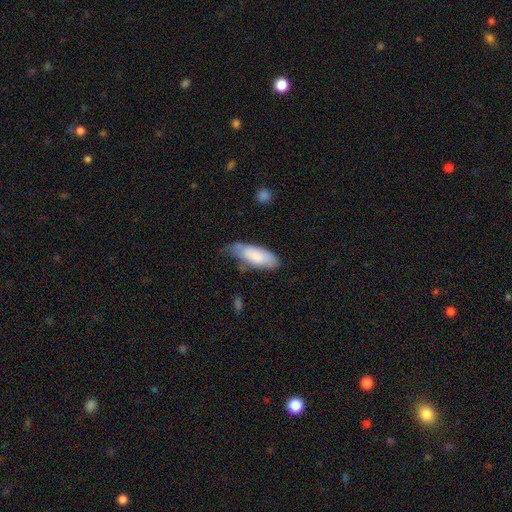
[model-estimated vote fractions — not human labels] Smooth or featured? Predicted: smooth (p=0.81). How rounded? Predicted: in between (p=0.74). Merging? Predicted: none (p=0.45).